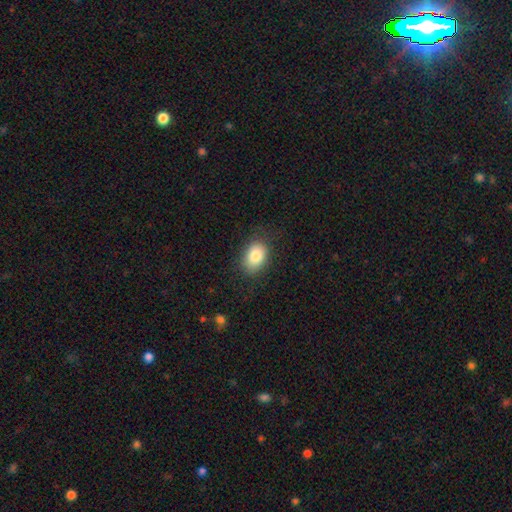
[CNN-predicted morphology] Overall: smooth (84%). How rounded: in between (78%). Merging: none (82%).